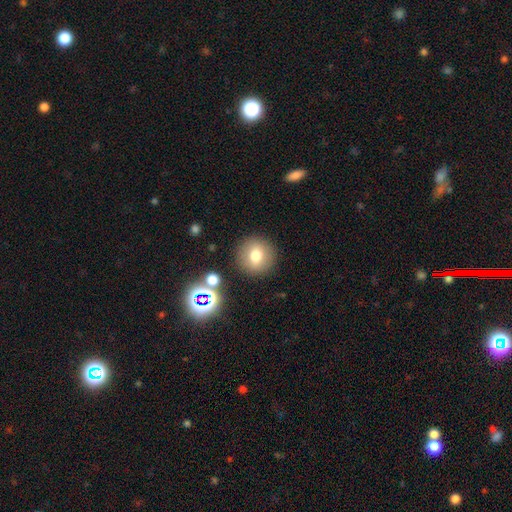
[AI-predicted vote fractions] smooth 73%, featured or disk 15%, star or artifact 12%. Down the decision tree: how rounded — round (92%); merging — none (87%).